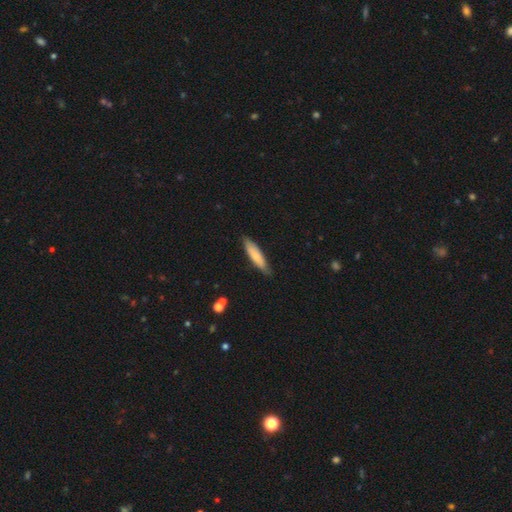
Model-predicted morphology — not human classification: Smooth or featured: smooth — 72% (featured or disk — 22%)
How rounded: cigar-shaped — 77% (in between — 22%)
Merging: none — 83% (minor disturbance — 14%)